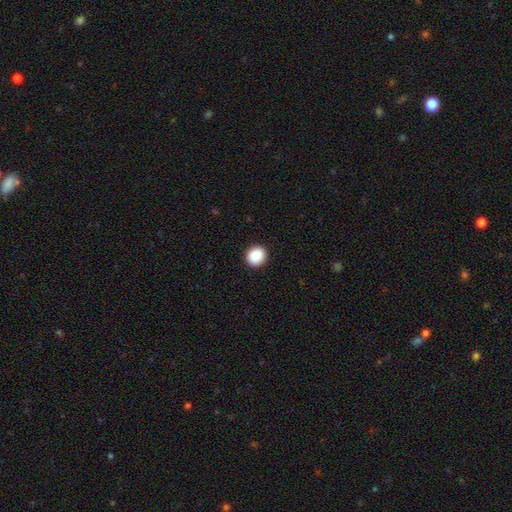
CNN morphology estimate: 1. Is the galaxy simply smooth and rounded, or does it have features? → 89% smooth, 9% star or artifact, 2% featured or disk.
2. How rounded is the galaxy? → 86% round, 13% in between, 1% cigar-shaped.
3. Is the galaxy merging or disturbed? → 92% none, 5% minor disturbance, 2% major disturbance, 1% merger.